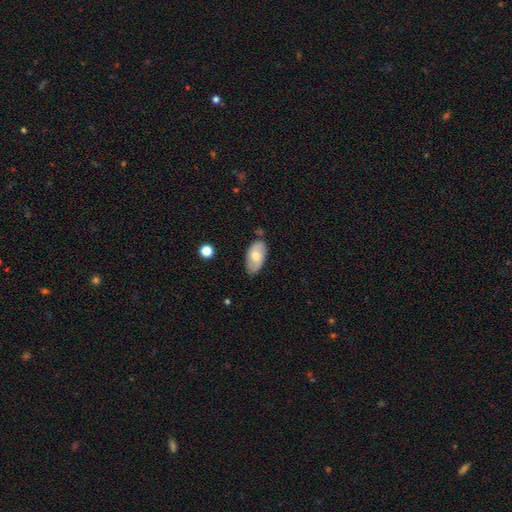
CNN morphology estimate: This appears to be a smooth galaxy with no disk features (59%) that is in between round and cigar-shaped (94%). Merging: none (79%).